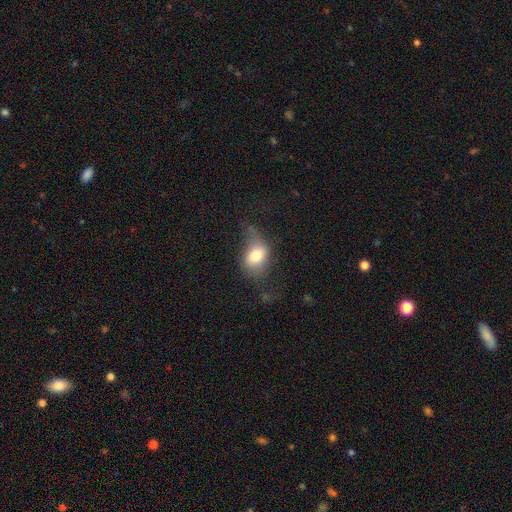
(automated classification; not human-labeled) Overall: smooth (71%). How rounded: in between (74%). Merging: none (41%; minor disturbance 33%).